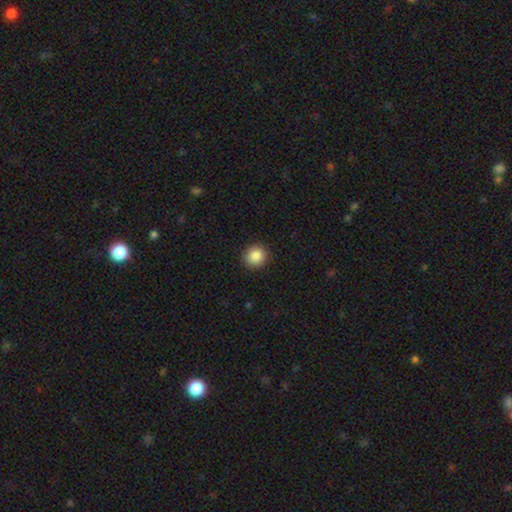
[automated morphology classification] A smooth galaxy with no disk features (86%) that is round (91%).

Vote fractions:
- Smooth or featured? smooth: 86% / star or artifact: 9% / featured or disk: 4%
- How rounded? round: 91% / in between: 8% / cigar-shaped: 1%
- Merging? none: 91% / minor disturbance: 6% / major disturbance: 2% / merger: 1%